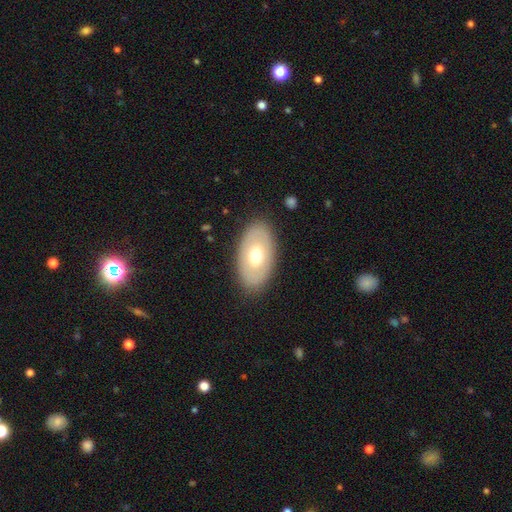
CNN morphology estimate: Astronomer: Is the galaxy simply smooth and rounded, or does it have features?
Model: smooth — 55% (runner-up: featured or disk, 39%).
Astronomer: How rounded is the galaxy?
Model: in between — 92%.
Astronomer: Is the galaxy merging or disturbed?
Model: none — 86%.